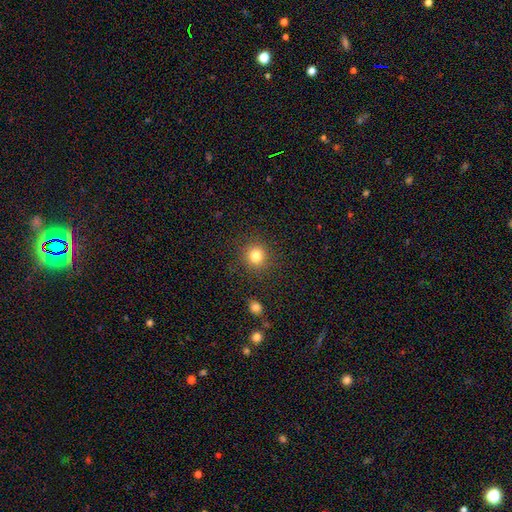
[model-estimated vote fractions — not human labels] This is clearly a smooth galaxy (82%). How rounded: clearly round (91%). Merging: clearly none (89%).